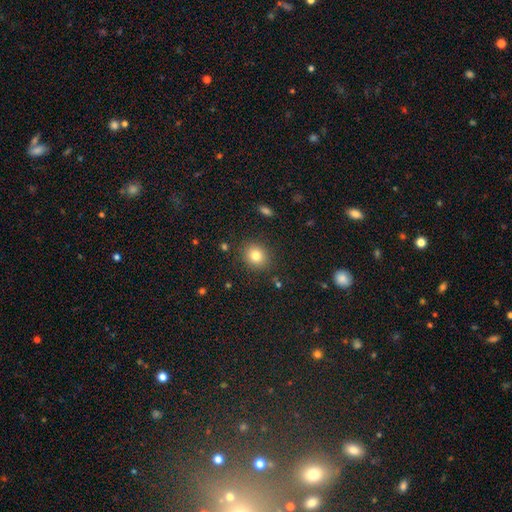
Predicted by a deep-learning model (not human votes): This appears to be a smooth galaxy with no disk features (81%) that is round (72%). Merging: none (87%).